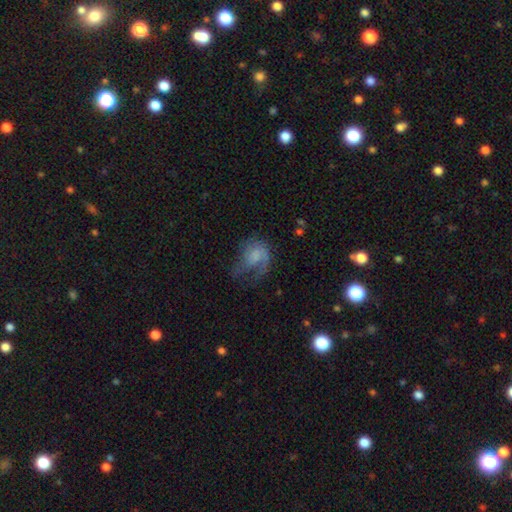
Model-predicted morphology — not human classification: smooth_or_featured: featured or disk (p=0.52) [alt: smooth p=0.39]
disk_edge_on: no (p=0.97) [alt: yes p=0.03]
bar: no (p=0.71) [alt: weak p=0.25]
has_spiral_arms: yes (p=0.72) [alt: no p=0.28]
bulge_size: none (p=0.40) [alt: moderate p=0.24]
merging: major disturbance (p=0.46) [alt: none p=0.30]